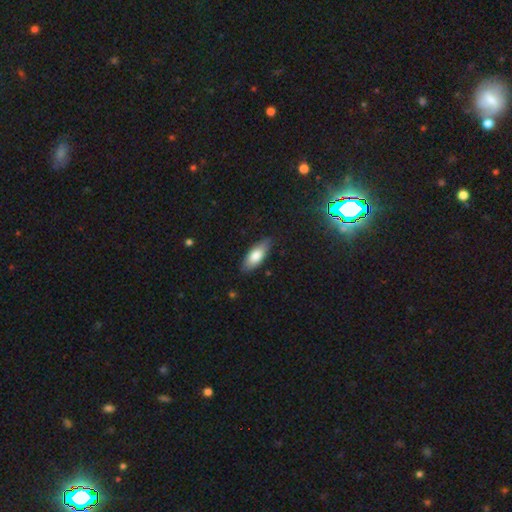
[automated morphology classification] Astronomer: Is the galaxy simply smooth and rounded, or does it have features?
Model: smooth — 77%.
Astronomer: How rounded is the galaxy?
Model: in between — 79%.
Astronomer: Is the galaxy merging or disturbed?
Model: none — 81%.